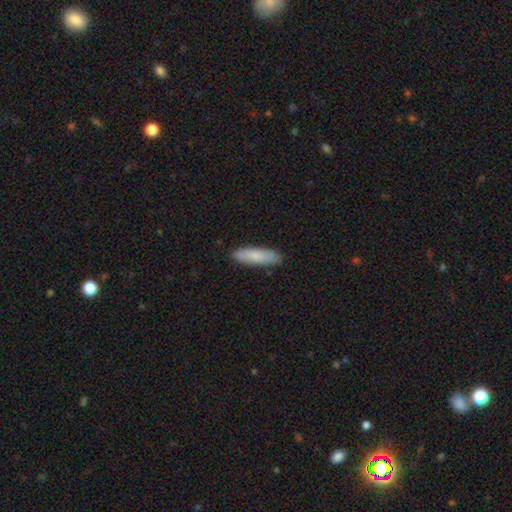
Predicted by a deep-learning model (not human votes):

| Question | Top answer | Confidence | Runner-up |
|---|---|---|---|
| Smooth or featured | smooth | 83% | featured or disk (11%) |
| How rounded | cigar-shaped | 64% | in between (35%) |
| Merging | none | 88% | minor disturbance (9%) |